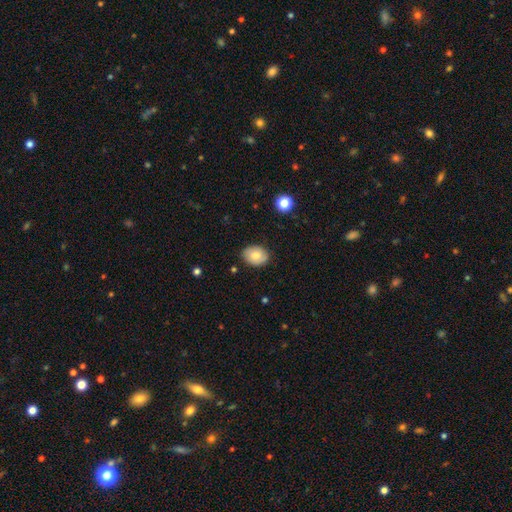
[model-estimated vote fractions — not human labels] Q: Smooth or featured?
A: smooth (81%); runner-up: featured or disk (11%)
Q: How rounded?
A: in between (68%); runner-up: round (31%)
Q: Merging?
A: none (84%); runner-up: minor disturbance (13%)